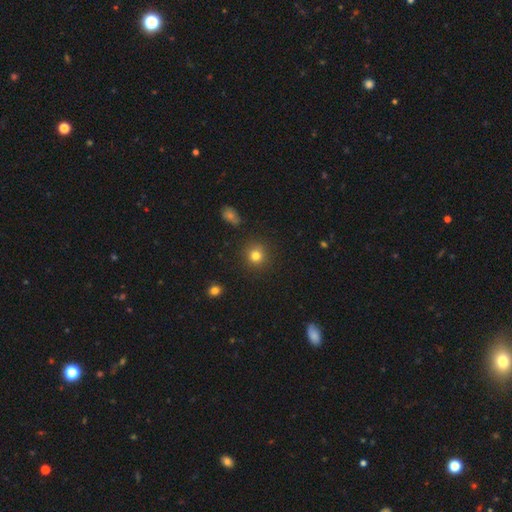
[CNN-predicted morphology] A smooth galaxy with no disk features (80%) that is round (91%).

Vote fractions:
- Smooth or featured? smooth: 80% / star or artifact: 13% / featured or disk: 7%
- How rounded? round: 91% / in between: 8% / cigar-shaped: 1%
- Merging? none: 89% / minor disturbance: 7% / major disturbance: 2% / merger: 2%